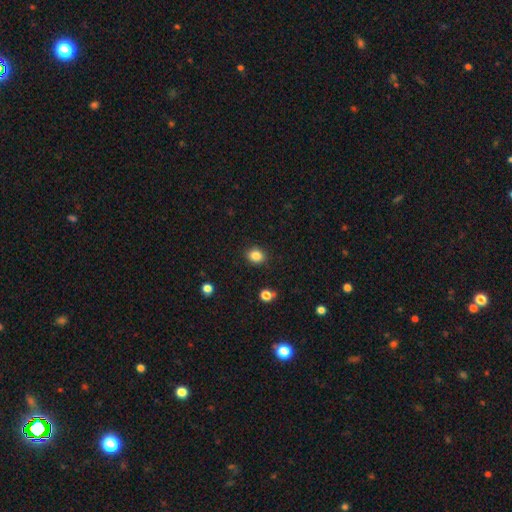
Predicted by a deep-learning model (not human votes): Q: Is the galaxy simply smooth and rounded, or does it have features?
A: smooth — 85%.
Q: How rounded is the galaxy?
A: round — 62%.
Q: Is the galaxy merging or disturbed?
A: none — 89%.